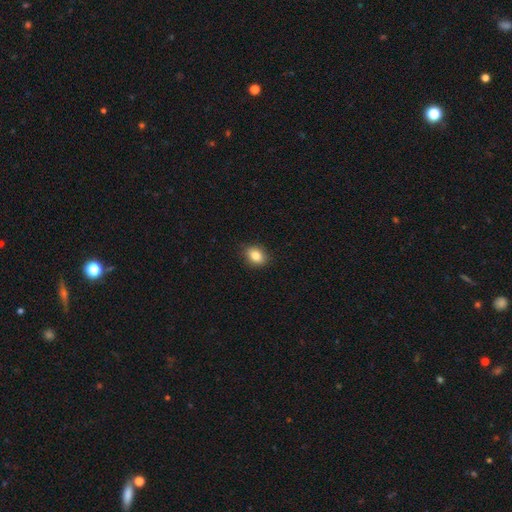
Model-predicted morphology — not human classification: A smooth galaxy with no disk features (84%) that is in between round and cigar-shaped (62%). Merging: none (88%).